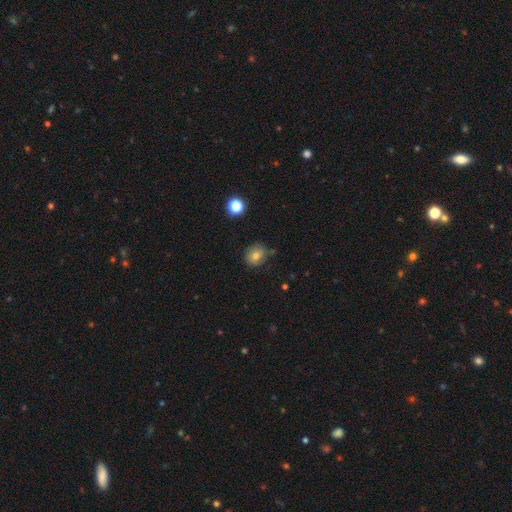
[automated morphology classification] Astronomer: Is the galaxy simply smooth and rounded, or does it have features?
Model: smooth — 70%.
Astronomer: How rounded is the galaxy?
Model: round — 68%.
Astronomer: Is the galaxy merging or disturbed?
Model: none — 76%.